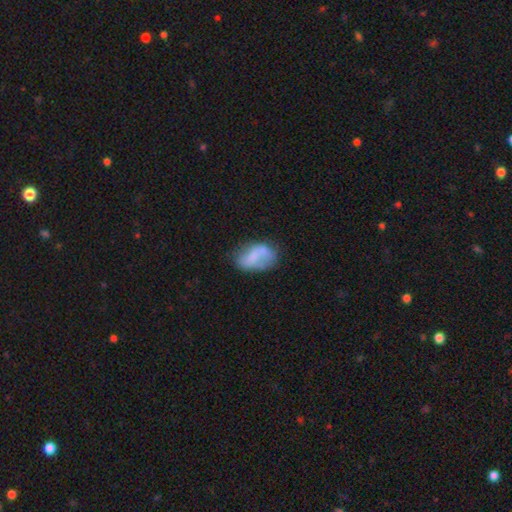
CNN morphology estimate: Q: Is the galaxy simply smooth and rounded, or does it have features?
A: smooth — 59%.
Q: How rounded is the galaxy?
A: in between — 90%.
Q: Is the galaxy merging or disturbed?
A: none — 44%.